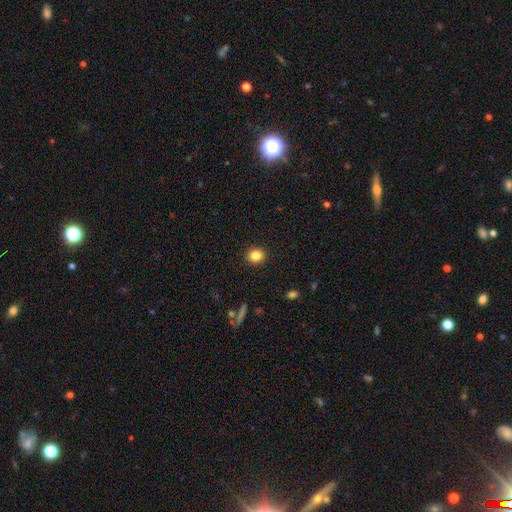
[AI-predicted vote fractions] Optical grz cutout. It shows a smooth galaxy with no disk features (83%) that is round (79%). Merging: none (91%).